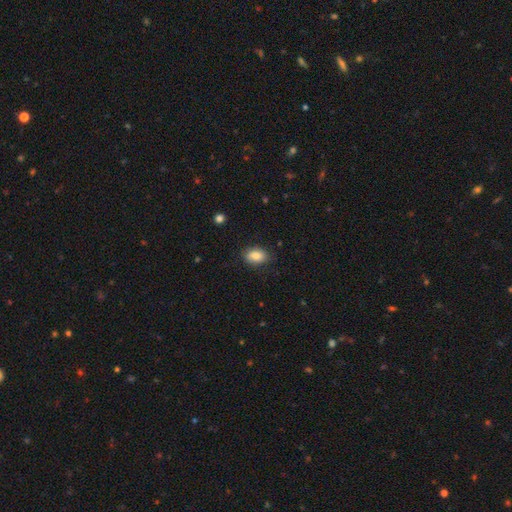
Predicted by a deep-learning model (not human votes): A smooth galaxy with no disk features (85%) that is in between round and cigar-shaped (86%). Merging: none (82%).